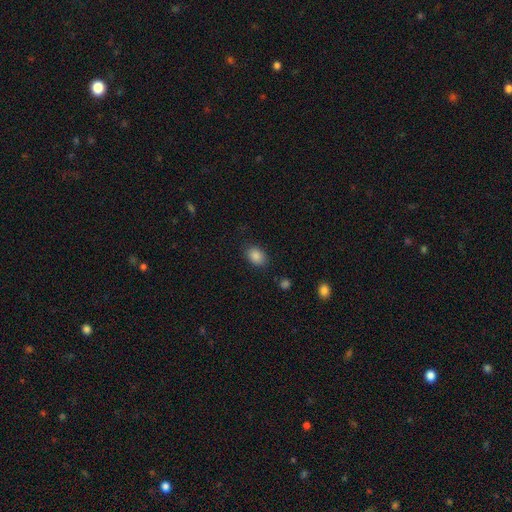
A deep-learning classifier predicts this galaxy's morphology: smooth_or_featured: smooth (p=0.86) [alt: star or artifact p=0.09]
how_rounded: in between (p=0.72) [alt: round p=0.27]
merging: none (p=0.83) [alt: minor disturbance p=0.12]